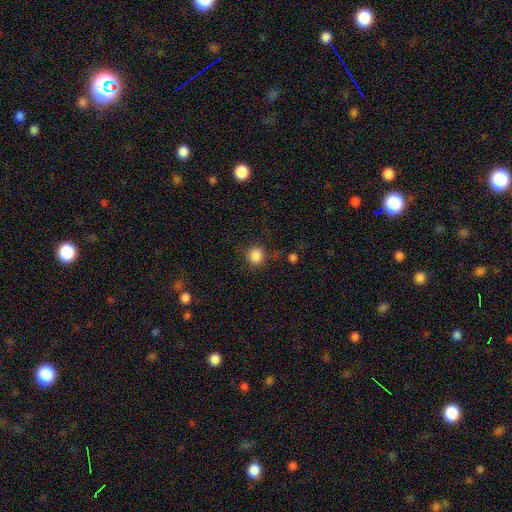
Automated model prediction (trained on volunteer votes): Smooth or featured?
  - smooth: 86% *
  - star or artifact: 11%
  - featured or disk: 3%
How rounded?
  - round: 92% *
  - in between: 7%
  - cigar-shaped: 1%
Merging?
  - none: 85% *
  - minor disturbance: 9%
  - major disturbance: 4%
  - merger: 2%